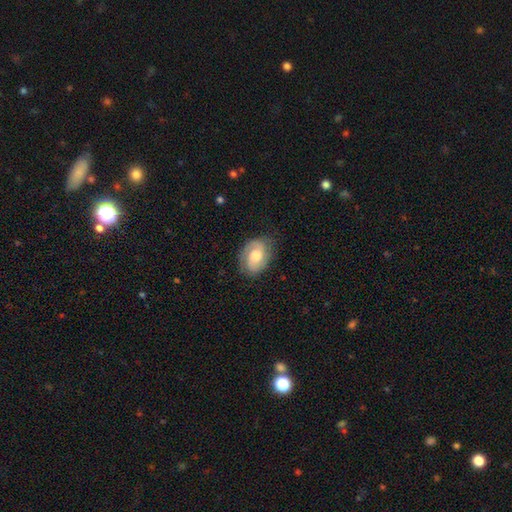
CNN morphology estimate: The model was most divided on "spiral winding": medium: 45%, tight: 38%, loose: 17%. More confident: edge-on disk — no (97%); spiral arms — yes (91%); spiral arm count — 2 (84%); merging — none (77%); smooth or featured — featured or disk (68%); bulge size — moderate (66%); bar — no (58%).